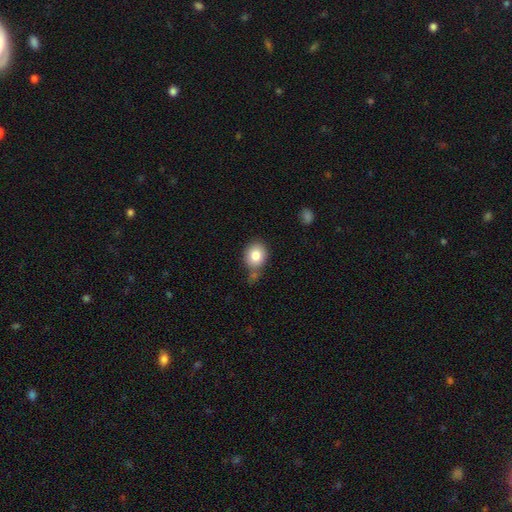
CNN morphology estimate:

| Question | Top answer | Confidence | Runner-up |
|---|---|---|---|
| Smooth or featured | smooth | 82% | featured or disk (9%) |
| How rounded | round | 68% | in between (31%) |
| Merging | none | 63% | minor disturbance (18%) |